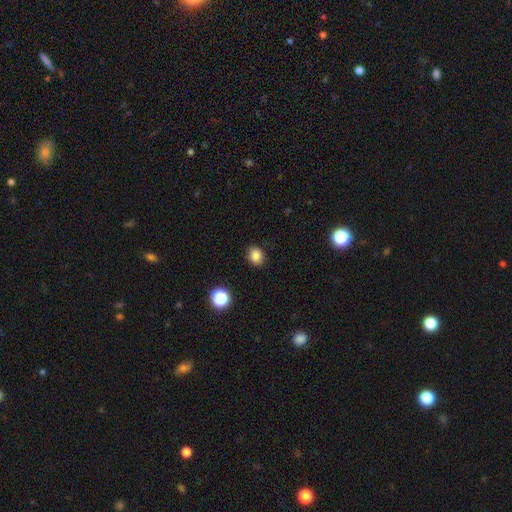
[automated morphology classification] This appears to be a smooth galaxy with no disk features (84%) that is round (63%). Merging: none (89%).